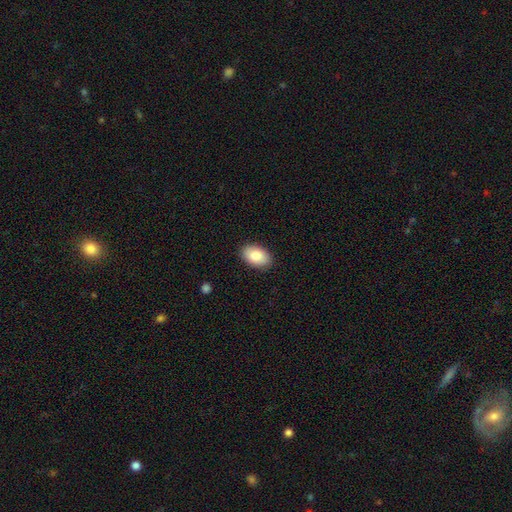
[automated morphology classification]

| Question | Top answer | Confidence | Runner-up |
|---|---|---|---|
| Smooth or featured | smooth | 84% | featured or disk (10%) |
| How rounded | in between | 91% | round (8%) |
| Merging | none | 89% | minor disturbance (8%) |